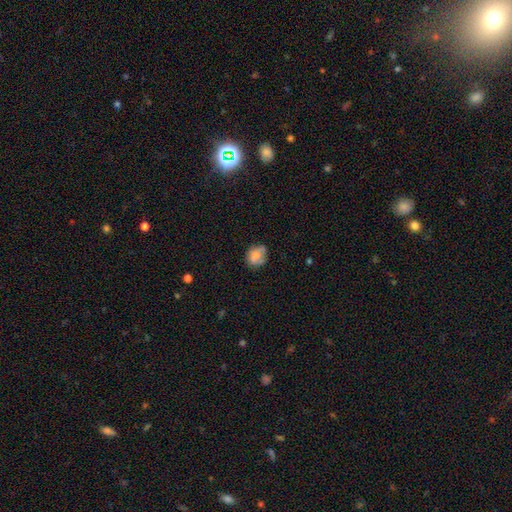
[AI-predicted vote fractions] Morphology: type=smooth (72%); roundness=round (52%); merging=none (61%).